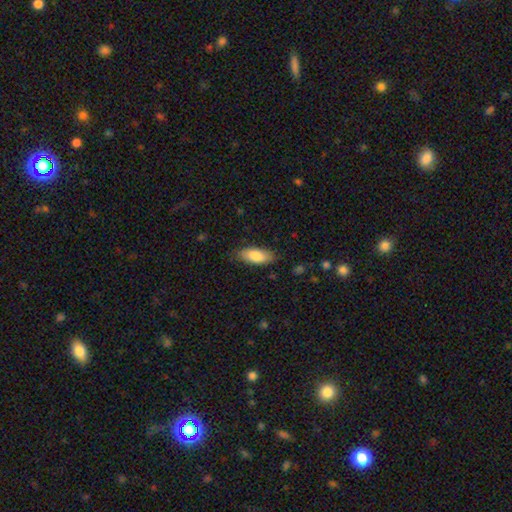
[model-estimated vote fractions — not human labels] smooth_or_featured: smooth (p=0.83) [alt: featured or disk p=0.11]
how_rounded: in between (p=0.84) [alt: cigar-shaped p=0.14]
merging: none (p=0.81) [alt: minor disturbance p=0.15]